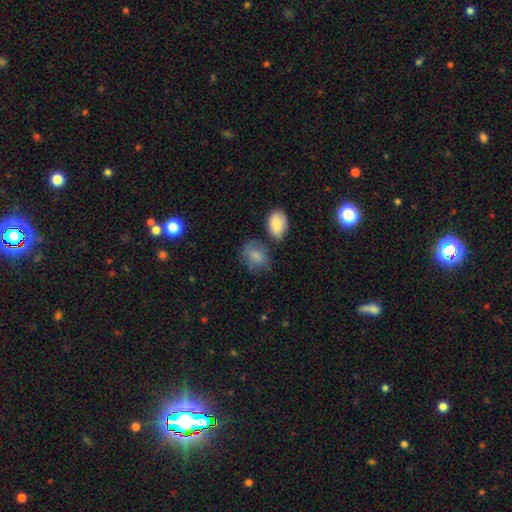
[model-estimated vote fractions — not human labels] This is clearly a smooth galaxy (82%). How rounded: likely in between (73%). Merging: possibly none (60%).